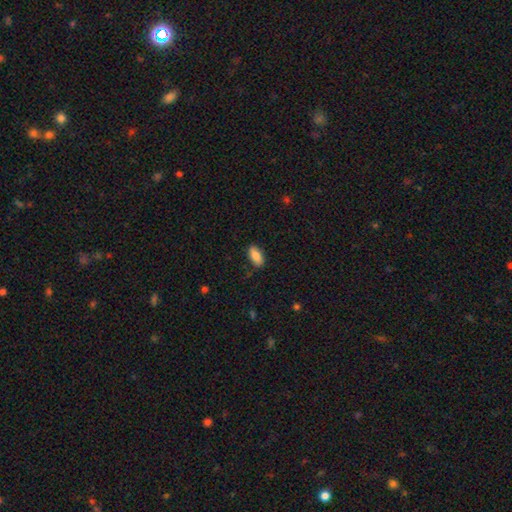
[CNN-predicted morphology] Smooth or featured? smooth (85%)
How rounded? in between (88%)
Merging? none (85%)